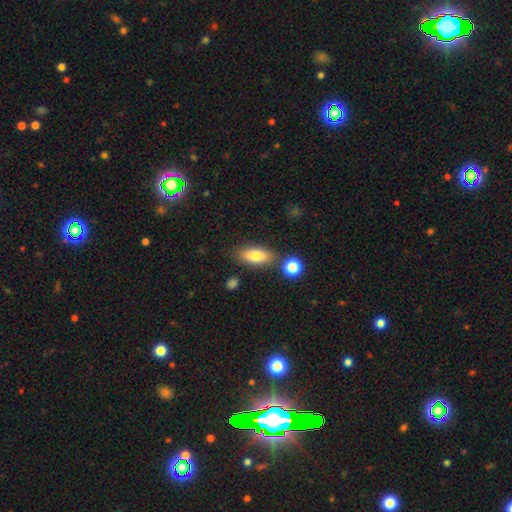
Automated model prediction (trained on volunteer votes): Smooth or featured? smooth (79%)
How rounded? in between (80%)
Merging? none (77%)